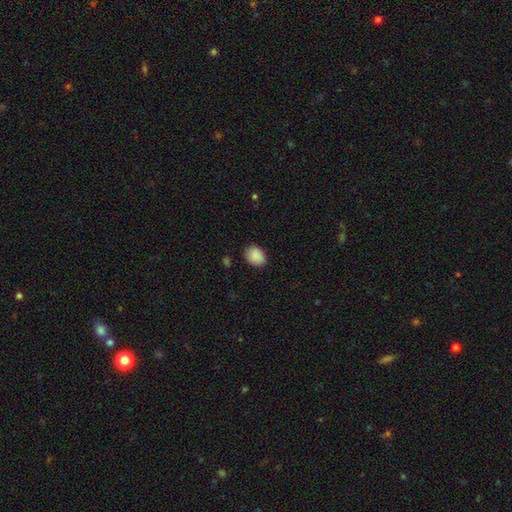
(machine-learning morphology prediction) Smooth or featured? Predicted: smooth (p=0.89). How rounded? Predicted: in between (p=0.63). Merging? Predicted: none (p=0.83).